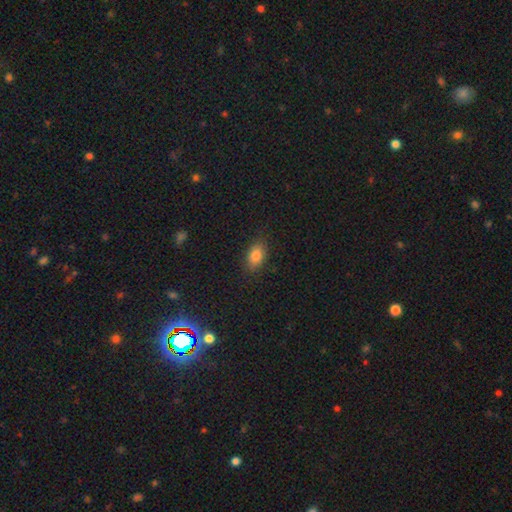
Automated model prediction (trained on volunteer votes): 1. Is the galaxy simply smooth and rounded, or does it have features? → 83% smooth, 9% star or artifact, 7% featured or disk.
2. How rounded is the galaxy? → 86% in between, 10% round, 3% cigar-shaped.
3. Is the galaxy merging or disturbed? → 84% none, 12% minor disturbance, 3% major disturbance, 1% merger.